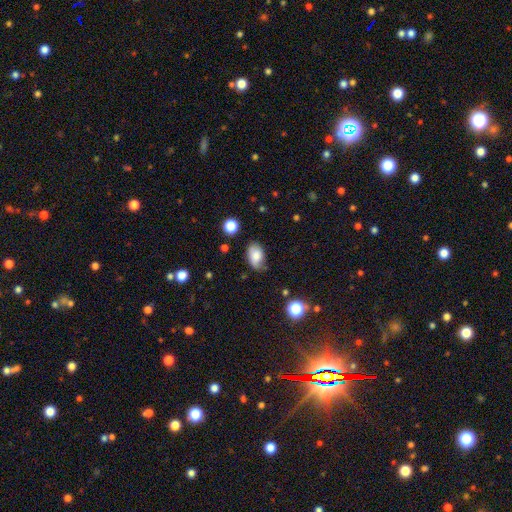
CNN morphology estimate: This appears to be a smooth galaxy with no disk features (77%) that is in between round and cigar-shaped (89%). Merging: none (63%).